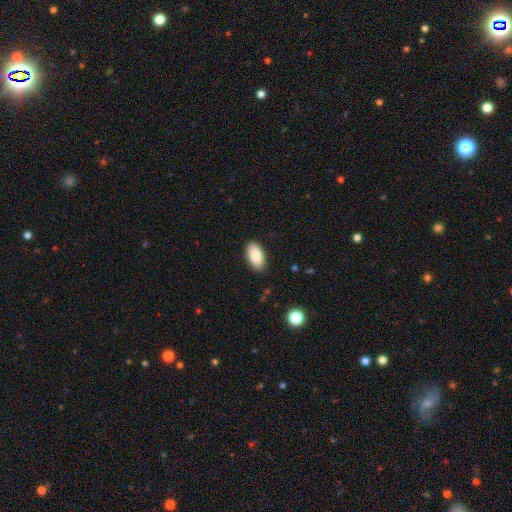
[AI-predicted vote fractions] Smooth or featured? Predicted: smooth (p=0.88). How rounded? Predicted: in between (p=0.94). Merging? Predicted: none (p=0.88).